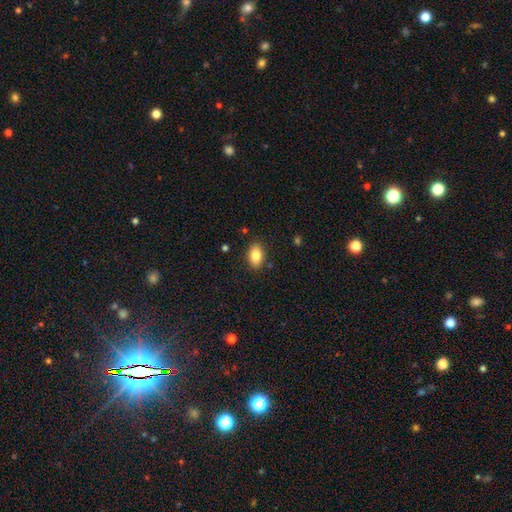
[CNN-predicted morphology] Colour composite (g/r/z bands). It shows a smooth galaxy with no disk features (83%) that is in between round and cigar-shaped (87%). Merging: none (87%).